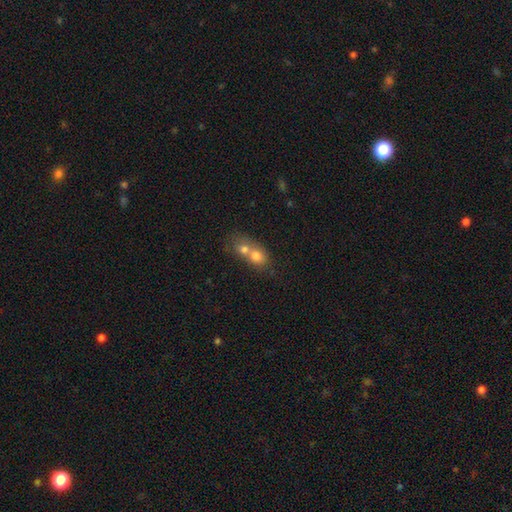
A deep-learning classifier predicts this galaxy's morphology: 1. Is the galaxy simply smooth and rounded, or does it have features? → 71% smooth, 20% featured or disk, 9% star or artifact.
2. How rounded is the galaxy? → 49% round (tied), 49% in between (tied), 2% cigar-shaped.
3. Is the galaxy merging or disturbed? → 73% merger, 19% none, 5% minor disturbance, 3% major disturbance.